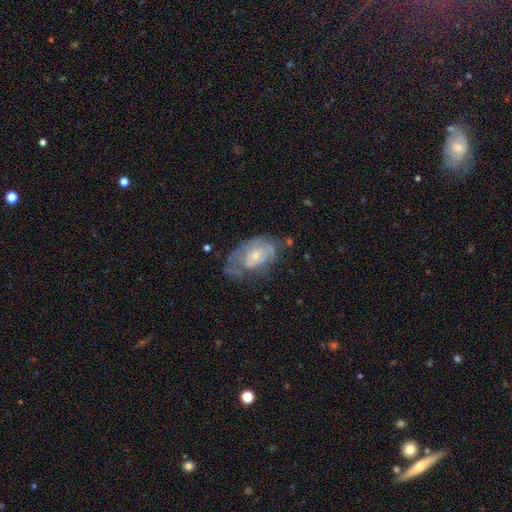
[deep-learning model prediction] This appears to be a featured or disk galaxy (65%) with no bar (72%), spiral arms (62%) and a small central bulge (52%). Merging: none (40%).